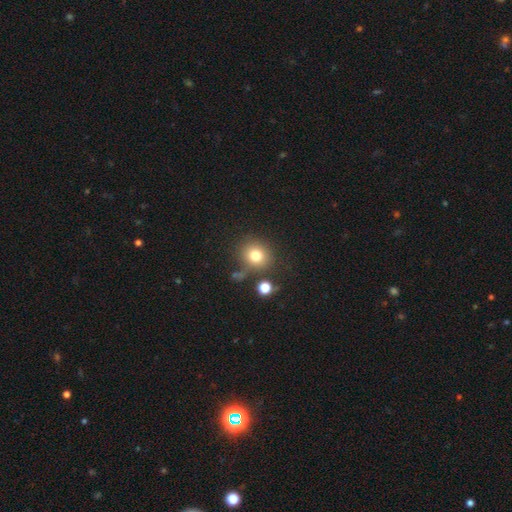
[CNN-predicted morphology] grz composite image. It shows a smooth galaxy with no disk features (78%) that is round (84%). Merging: none (71%).